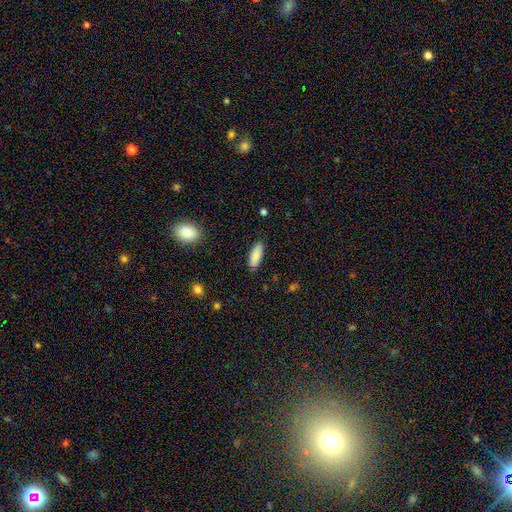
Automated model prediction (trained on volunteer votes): Overall: smooth (88%). How rounded: in between (67%; cigar-shaped 32%). Merging: none (87%).